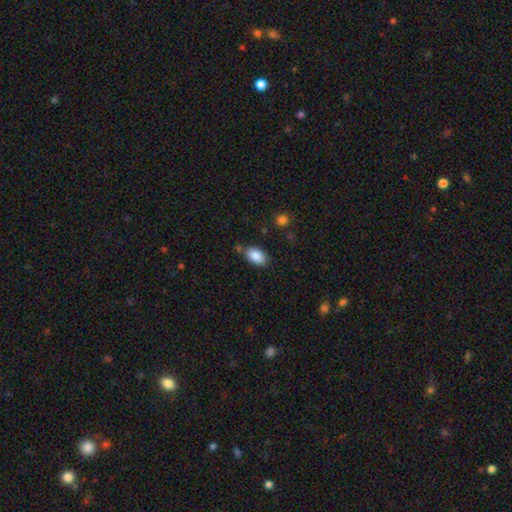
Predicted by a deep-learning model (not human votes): A smooth galaxy with no disk features (87%) that is in between round and cigar-shaped (92%). Merging: none (75%).